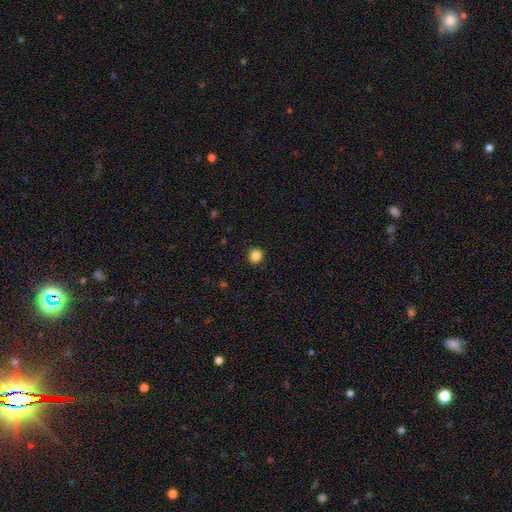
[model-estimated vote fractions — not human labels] smooth_or_featured: smooth (p=0.85) [alt: star or artifact p=0.11]
how_rounded: round (p=0.86) [alt: in between p=0.13]
merging: none (p=0.90) [alt: minor disturbance p=0.07]